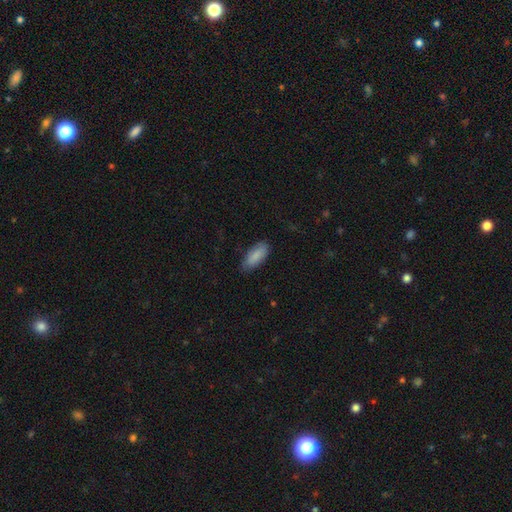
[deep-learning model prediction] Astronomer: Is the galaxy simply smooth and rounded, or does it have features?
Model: smooth — 86%.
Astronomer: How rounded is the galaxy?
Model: in between — 82%.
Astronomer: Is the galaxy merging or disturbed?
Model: none — 78%.